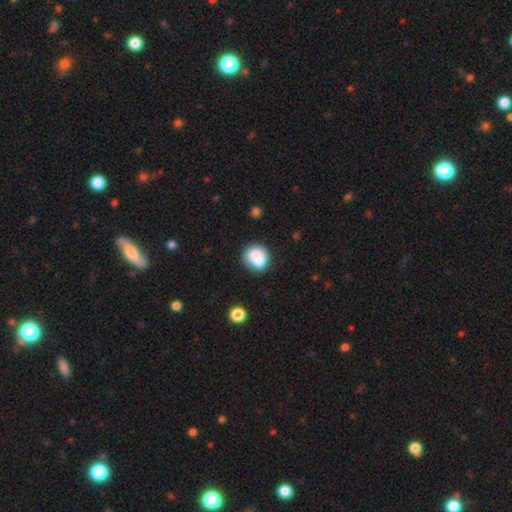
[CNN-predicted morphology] smooth_or_featured: smooth (p=0.72) [alt: featured or disk p=0.19]
how_rounded: round (p=0.84) [alt: in between p=0.15]
merging: none (p=0.45) [alt: merger p=0.41]